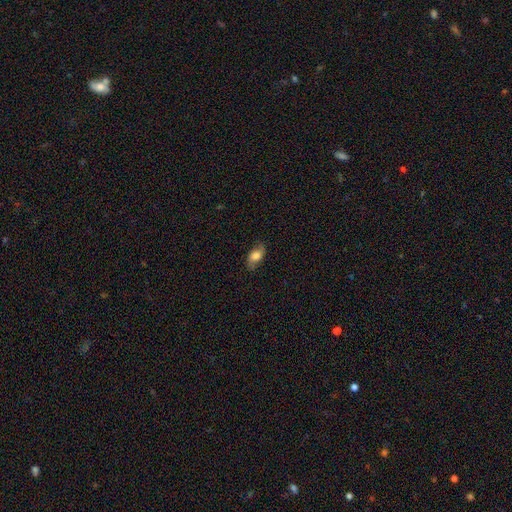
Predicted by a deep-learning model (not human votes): Overall: smooth (65%; featured or disk 26%). How rounded: in between (87%). Merging: none (77%).